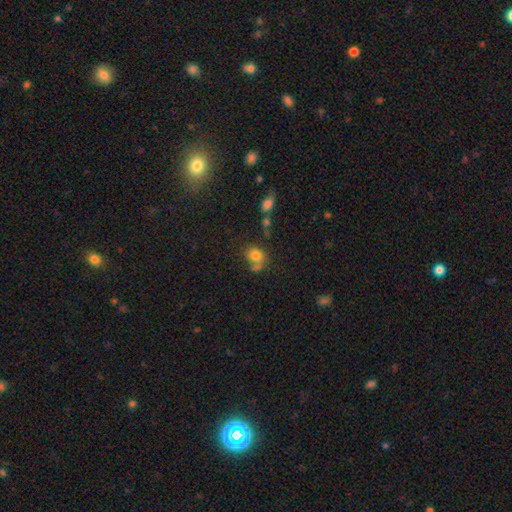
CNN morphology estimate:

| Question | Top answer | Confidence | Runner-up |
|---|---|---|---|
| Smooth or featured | smooth | 77% | star or artifact (12%) |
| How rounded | round | 59% | in between (40%) |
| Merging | none | 50% | merger (26%) |